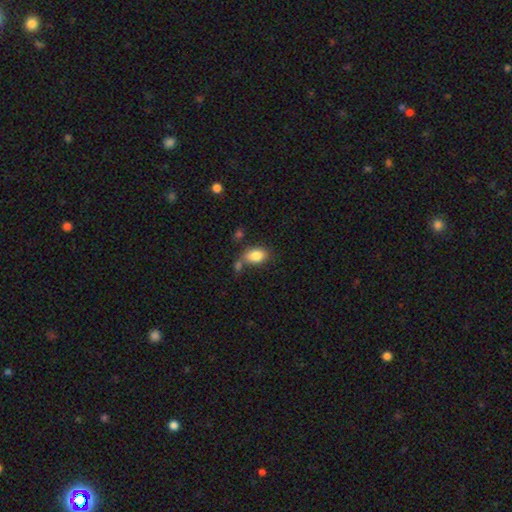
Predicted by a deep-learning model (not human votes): This is clearly a smooth galaxy (85%). How rounded: clearly in between (85%). Merging: possibly none (57%).